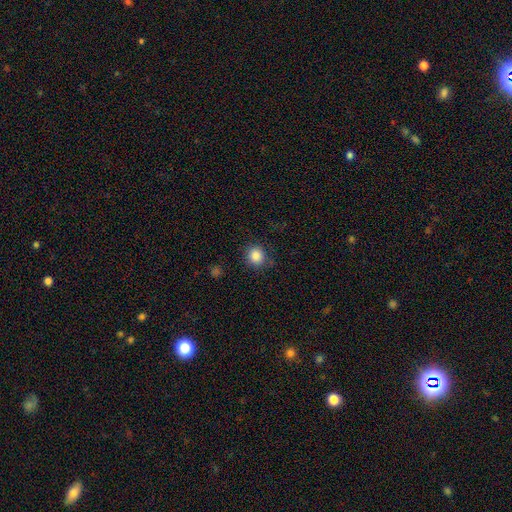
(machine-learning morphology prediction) smooth 86%, star or artifact 10%, featured or disk 4%. Down the decision tree: how rounded — round (86%); merging — none (82%).